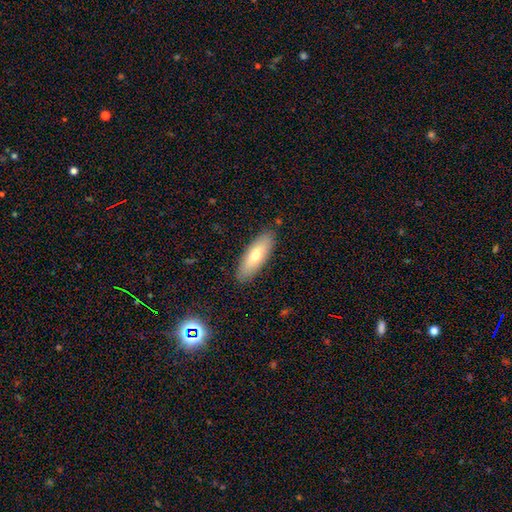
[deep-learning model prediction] Overall: smooth (66%; featured or disk 27%). How rounded: in between (62%; cigar-shaped 36%). Merging: none (88%).